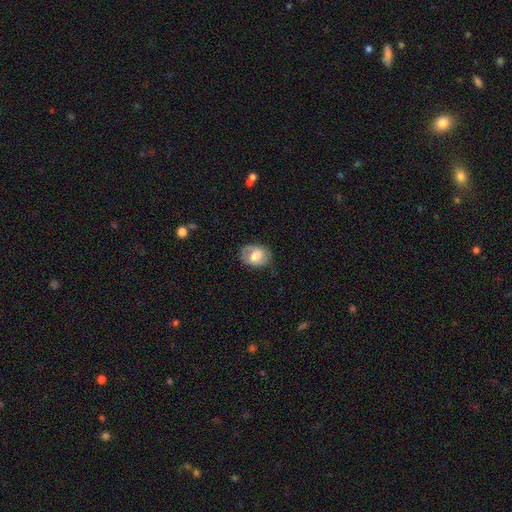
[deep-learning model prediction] This appears to be a smooth galaxy with no disk features (63%) that is in between round and cigar-shaped (71%). Merging: none (74%).